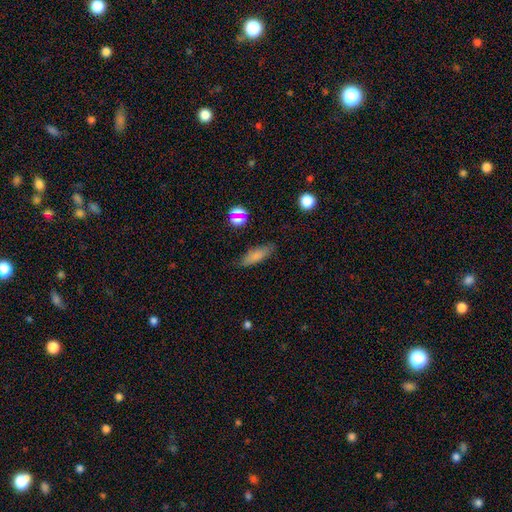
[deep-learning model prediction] The model was most divided on "how rounded": in between: 54%, cigar-shaped: 43%, round: 3%. More confident: merging — none (81%); smooth or featured — smooth (77%).